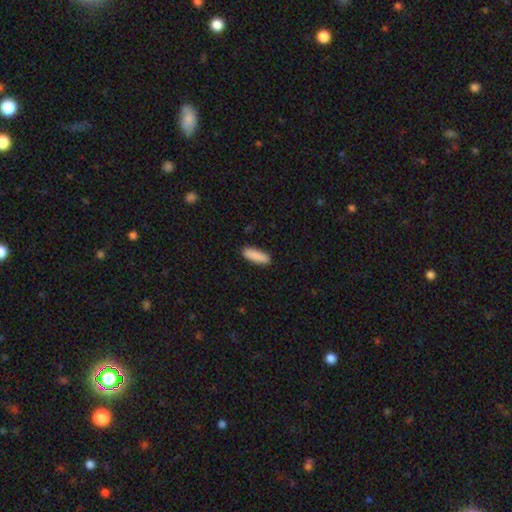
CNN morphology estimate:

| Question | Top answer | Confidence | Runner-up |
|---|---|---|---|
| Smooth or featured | smooth | 90% | star or artifact (6%) |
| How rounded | cigar-shaped | 52% | in between (47%) |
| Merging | none | 89% | minor disturbance (8%) |